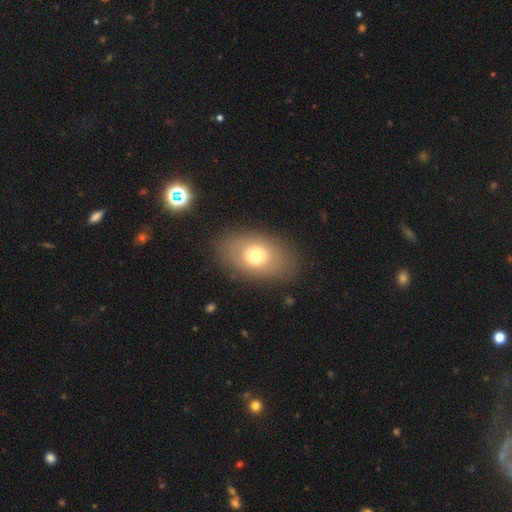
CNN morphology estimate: This appears to be a smooth galaxy with no disk features (67%) that is in between round and cigar-shaped (81%). Merging: none (84%).